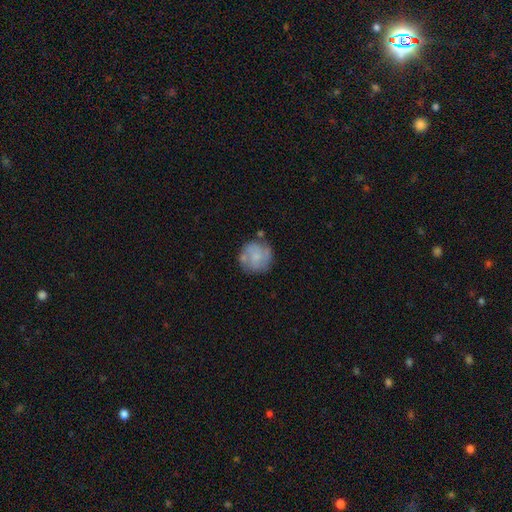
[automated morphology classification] Smooth or featured: smooth — 52% (featured or disk — 42%)
How rounded: round — 90% (in between — 9%)
Merging: none — 66% (minor disturbance — 20%)